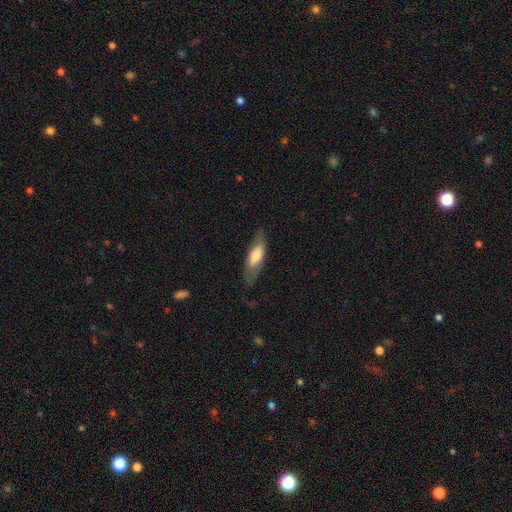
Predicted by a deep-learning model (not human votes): Overall: smooth (60%; featured or disk 34%). How rounded: in between (57%; cigar-shaped 41%). Merging: none (72%).